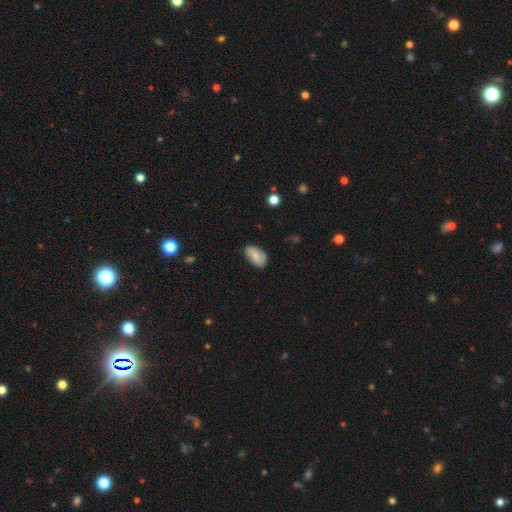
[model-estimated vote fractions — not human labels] smooth 77%, featured or disk 16%, star or artifact 7%. Down the decision tree: how rounded — in between (93%); merging — none (76%).